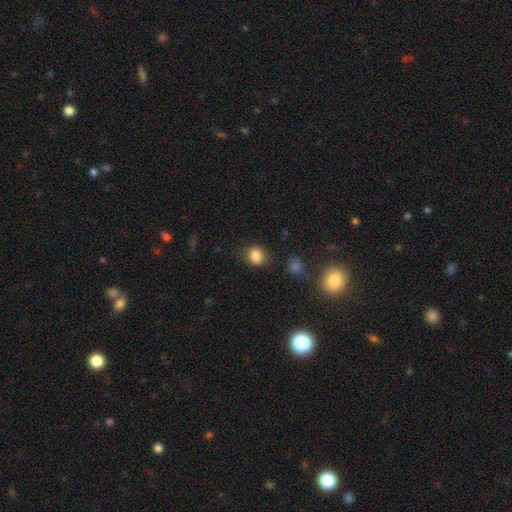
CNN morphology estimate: Smooth or featured?
  - smooth: 83% *
  - star or artifact: 11%
  - featured or disk: 6%
How rounded?
  - round: 58% *
  - in between: 41%
  - cigar-shaped: 1%
Merging?
  - none: 76% *
  - minor disturbance: 16%
  - major disturbance: 5%
  - merger: 3%